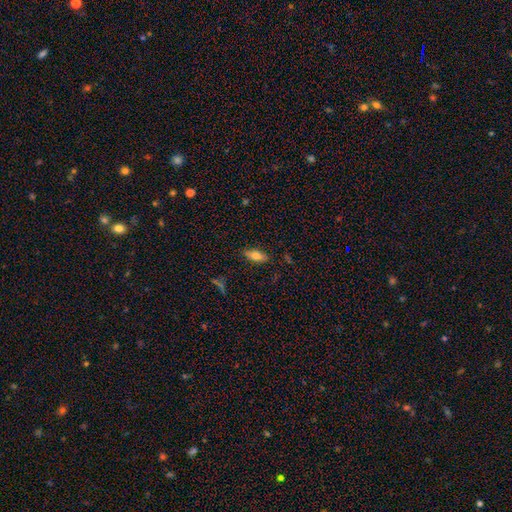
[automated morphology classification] This is likely a smooth galaxy (72%). How rounded: likely in between (79%). Merging: clearly none (83%).